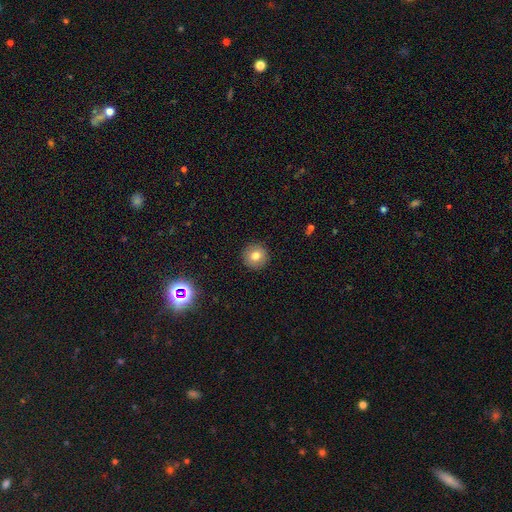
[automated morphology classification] Smooth or featured?
  - smooth: 78% *
  - star or artifact: 11%
  - featured or disk: 11%
How rounded?
  - round: 95% *
  - in between: 4%
  - cigar-shaped: 1%
Merging?
  - none: 92% *
  - minor disturbance: 5%
  - major disturbance: 2%
  - merger: 1%